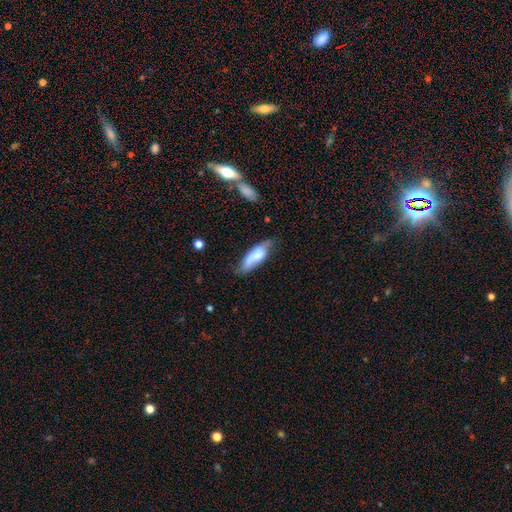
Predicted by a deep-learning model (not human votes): Morphology: type=smooth (65%); roundness=in between (61%); merging=none (51%).